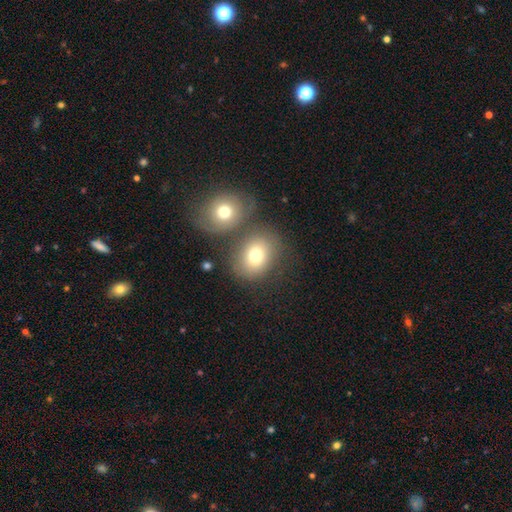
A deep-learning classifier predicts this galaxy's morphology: Q: Smooth or featured?
A: smooth (74%); runner-up: featured or disk (15%)
Q: How rounded?
A: round (58%); runner-up: in between (41%)
Q: Merging?
A: none (59%); runner-up: merger (25%)